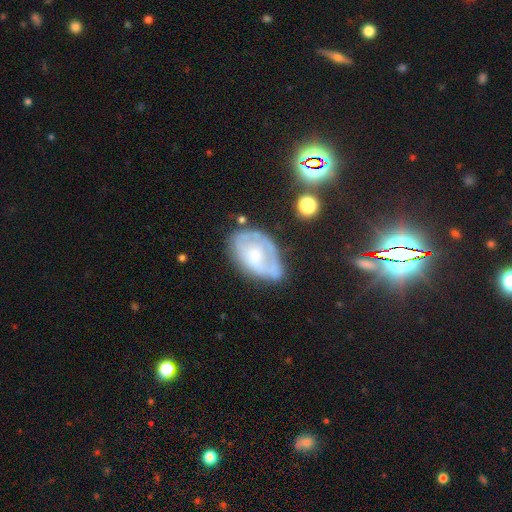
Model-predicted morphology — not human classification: A featured or disk galaxy (58%) with no bar (72%), spiral arms (55%) and a small central bulge (45%).

Vote fractions:
- Smooth or featured? featured or disk: 58% / smooth: 34% / star or artifact: 9%
- Edge-on disk? no: 95% / yes: 5%
- Bar? no: 72% / weak: 24% / strong: 5%
- Spiral arms? yes: 55% / no: 45%
- Bulge size? small: 45% / moderate: 43% / none: 6% / large: 5% / dominant: 1%
- Merging? none: 51% / minor disturbance: 31% / major disturbance: 14% / merger: 4%